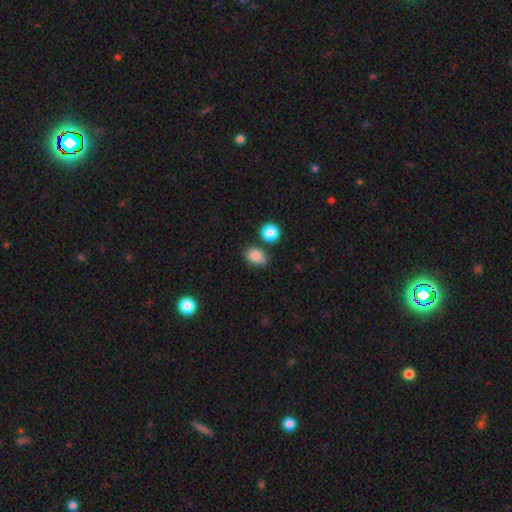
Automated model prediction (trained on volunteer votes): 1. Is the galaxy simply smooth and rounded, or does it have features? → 83% smooth, 11% star or artifact, 6% featured or disk.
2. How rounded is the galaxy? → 54% in between, 45% round, 1% cigar-shaped.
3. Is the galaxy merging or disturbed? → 63% none, 21% minor disturbance, 12% merger, 5% major disturbance.